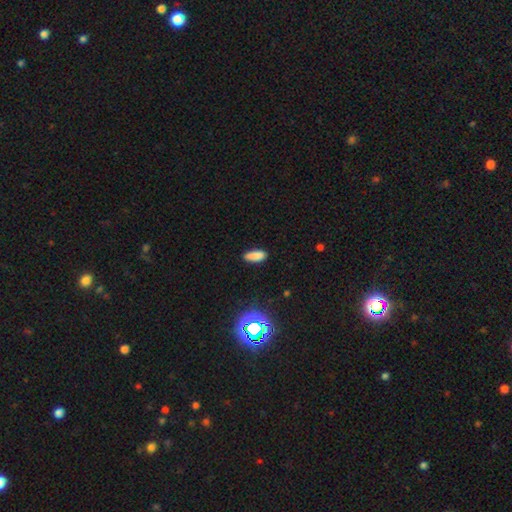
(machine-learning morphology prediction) This is clearly a smooth galaxy (81%). How rounded: likely in between (78%). Merging: clearly none (83%).